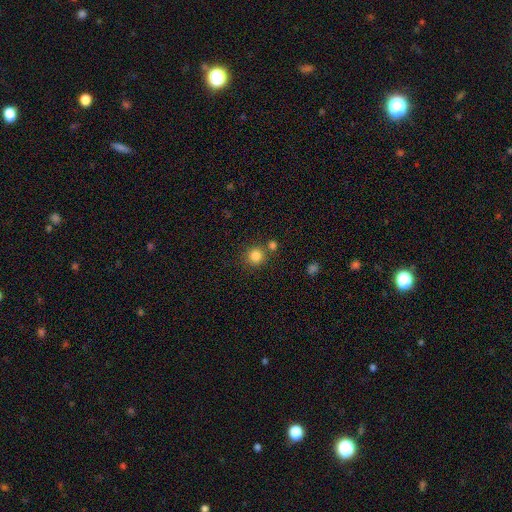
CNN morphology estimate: Overall: smooth (83%). How rounded: round (92%). Merging: none (74%).